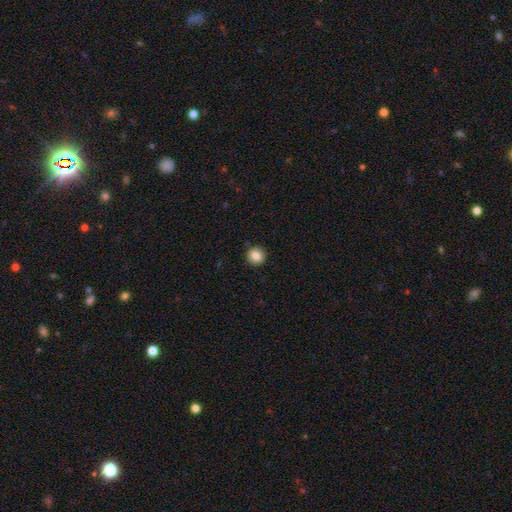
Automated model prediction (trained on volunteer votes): This is clearly a smooth galaxy (84%). How rounded: clearly round (92%). Merging: clearly none (91%).